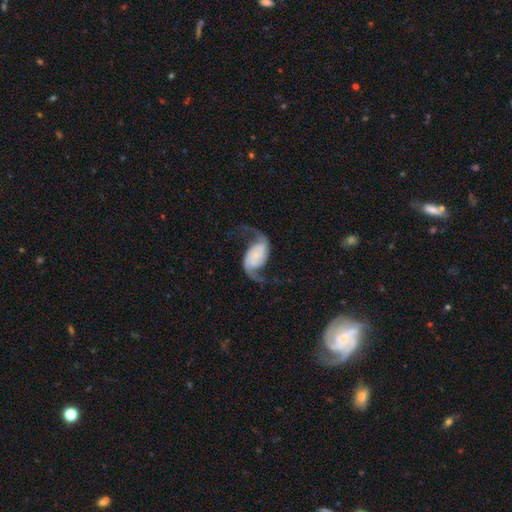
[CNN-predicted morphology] featured or disk 88%, smooth 7%, star or artifact 5%. Down the decision tree: edge-on disk — no (98%); bar — no (61%); spiral arms — yes (97%); spiral arm count — 2 (94%); spiral winding — loose (79%); bulge size — none (42%); merging — none (67%).